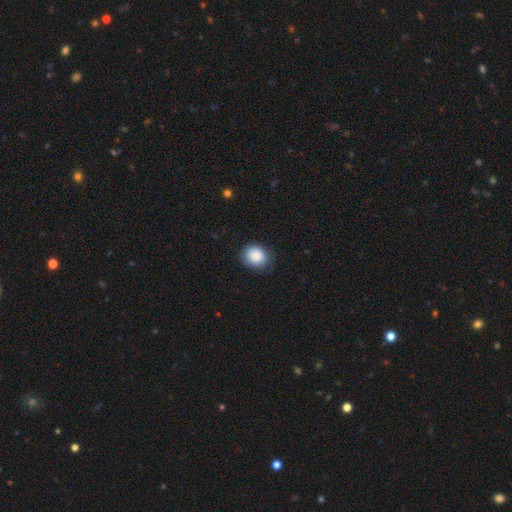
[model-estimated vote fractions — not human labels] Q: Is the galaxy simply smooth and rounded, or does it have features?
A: smooth — 89%.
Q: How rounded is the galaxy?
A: round — 69%.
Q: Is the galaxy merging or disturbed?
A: none — 83%.